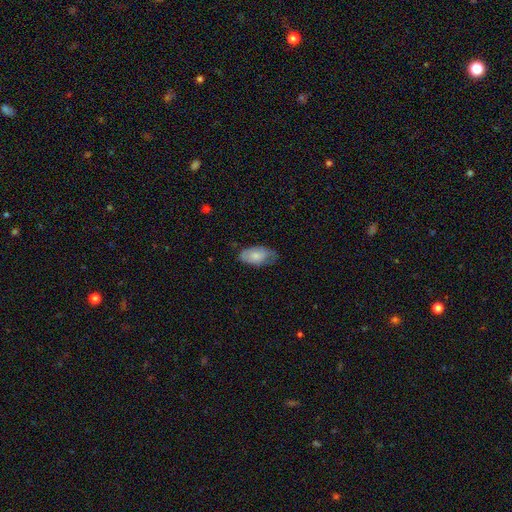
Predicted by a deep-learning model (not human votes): Overall: smooth (71%). How rounded: in between (94%). Merging: none (54%; minor disturbance 34%).